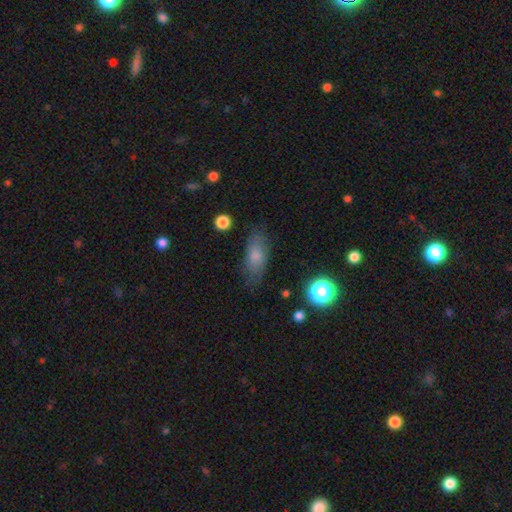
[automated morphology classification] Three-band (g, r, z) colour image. It shows a smooth galaxy with no disk features (74%) that is in between round and cigar-shaped (79%). Merging: none (74%).